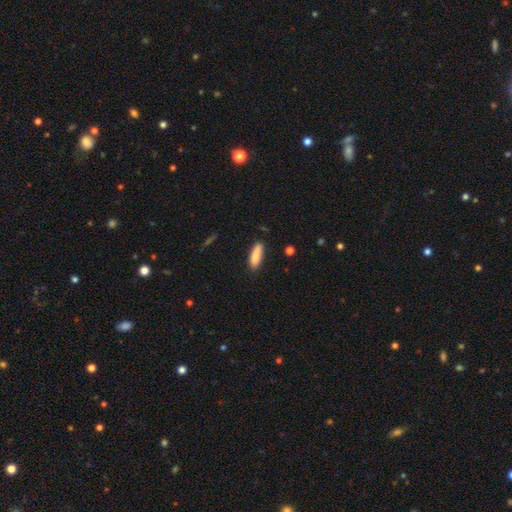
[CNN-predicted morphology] A smooth galaxy with no disk features (87%) that is cigar-shaped (51%). Merging: none (81%).